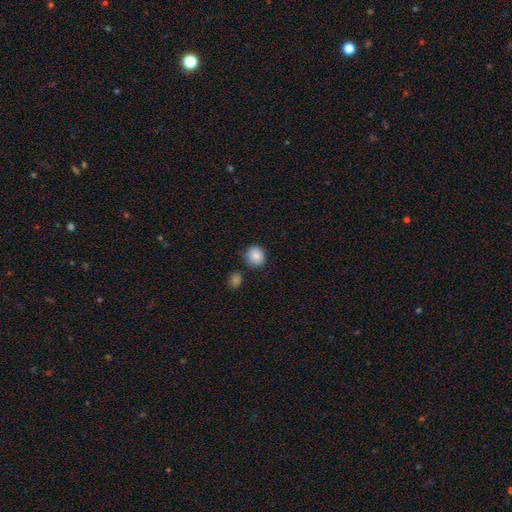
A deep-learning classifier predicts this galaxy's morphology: This is clearly a smooth galaxy (85%). How rounded: clearly round (86%). Merging: clearly none (82%).